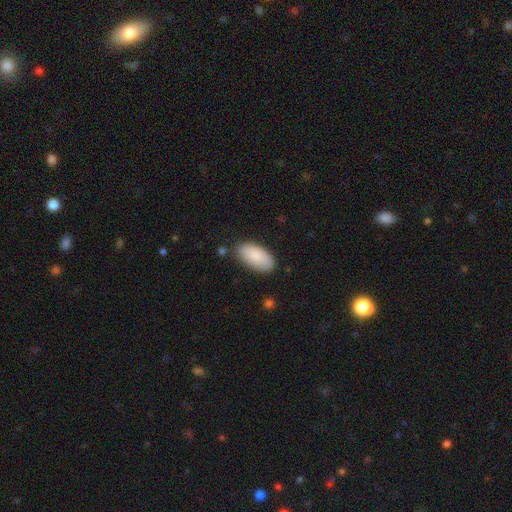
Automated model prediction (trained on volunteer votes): This is clearly a smooth galaxy (87%). How rounded: clearly in between (94%). Merging: clearly none (83%).